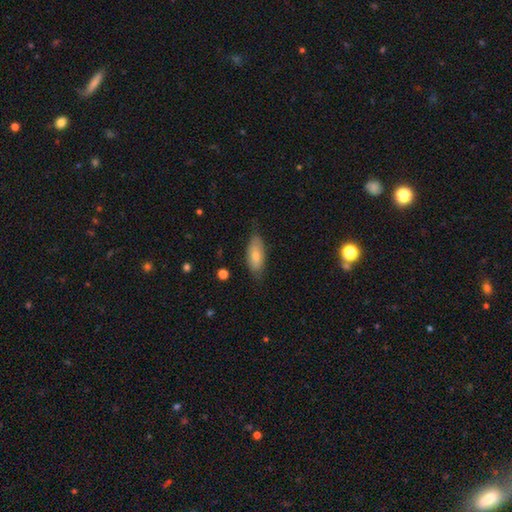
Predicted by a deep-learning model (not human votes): smooth_or_featured: smooth (p=0.76) [alt: featured or disk p=0.18]
how_rounded: in between (p=0.84) [alt: cigar-shaped p=0.14]
merging: none (p=0.74) [alt: minor disturbance p=0.21]